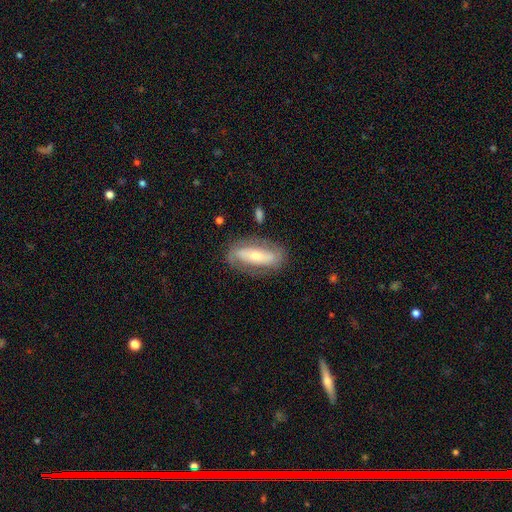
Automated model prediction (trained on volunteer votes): The model was most divided on "smooth or featured": featured or disk: 57%, smooth: 36%, star or artifact: 6%. More confident: edge-on disk — no (79%); merging — none (77%).